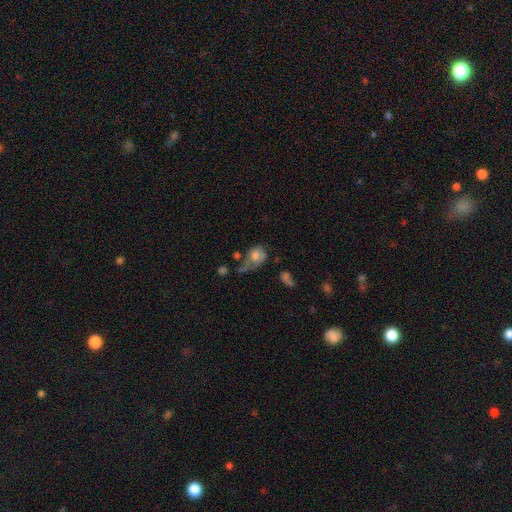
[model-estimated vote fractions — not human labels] smooth_or_featured: smooth (p=0.54) [alt: featured or disk p=0.37]
how_rounded: in between (p=0.57) [alt: round p=0.41]
merging: major disturbance (p=0.40) [alt: minor disturbance p=0.24]